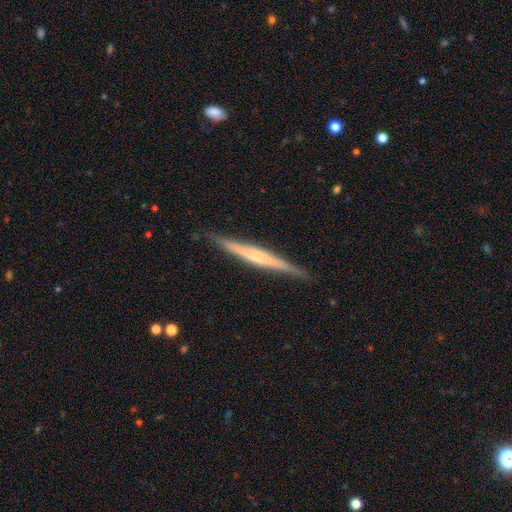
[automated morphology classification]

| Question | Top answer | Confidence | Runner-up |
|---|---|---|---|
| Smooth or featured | featured or disk | 67% | smooth (28%) |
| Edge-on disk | yes | 98% | no (2%) |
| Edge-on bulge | rounded | 45% | none (37%) |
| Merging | none | 90% | minor disturbance (8%) |